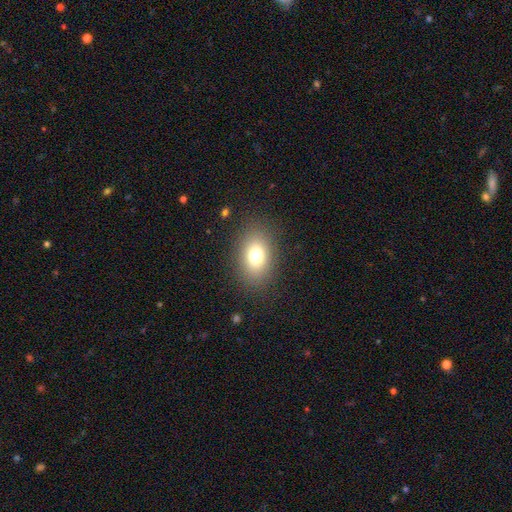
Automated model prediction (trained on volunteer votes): This is likely a smooth galaxy (75%). How rounded: likely in between (80%). Merging: clearly none (85%).